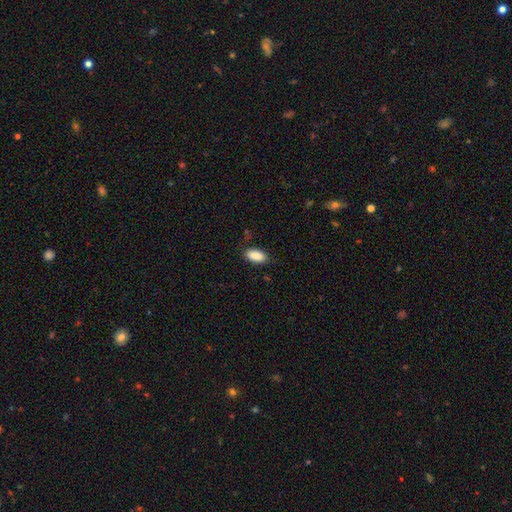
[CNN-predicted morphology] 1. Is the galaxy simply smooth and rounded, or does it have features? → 89% smooth, 7% star or artifact, 4% featured or disk.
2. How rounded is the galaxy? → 92% in between, 5% cigar-shaped, 3% round.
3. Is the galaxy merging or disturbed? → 84% none, 12% minor disturbance, 3% major disturbance, 1% merger.